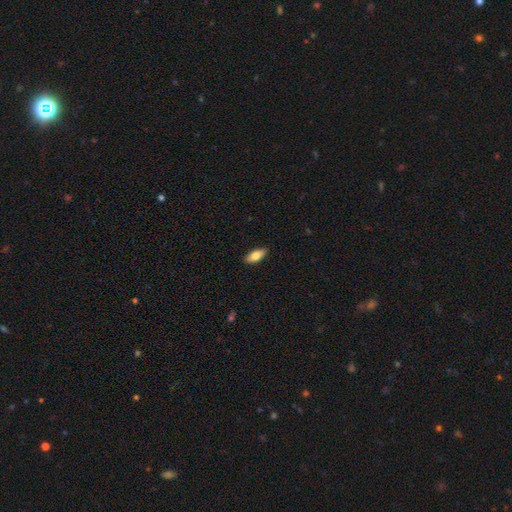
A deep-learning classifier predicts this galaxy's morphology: Q: Smooth or featured?
A: smooth (77%); runner-up: featured or disk (17%)
Q: How rounded?
A: in between (82%); runner-up: cigar-shaped (15%)
Q: Merging?
A: none (89%); runner-up: minor disturbance (8%)